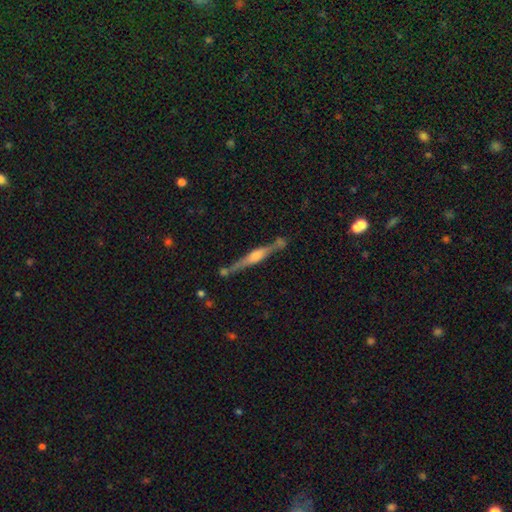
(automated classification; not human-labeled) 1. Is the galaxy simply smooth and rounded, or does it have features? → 74% featured or disk, 20% smooth, 6% star or artifact.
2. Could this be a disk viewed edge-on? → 97% yes, 3% no.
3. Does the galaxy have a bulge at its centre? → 71% rounded, 22% boxy, 8% none.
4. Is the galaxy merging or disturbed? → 74% none, 14% minor disturbance, 9% merger, 3% major disturbance.